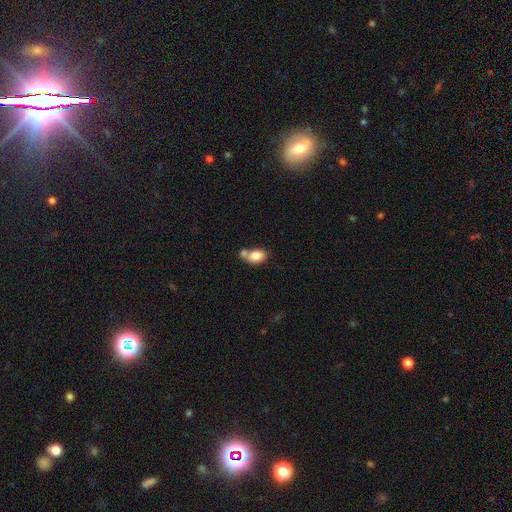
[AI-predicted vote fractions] Smooth or featured? Predicted: smooth (p=0.80). How rounded? Predicted: in between (p=0.83). Merging? Predicted: merger (p=0.42).